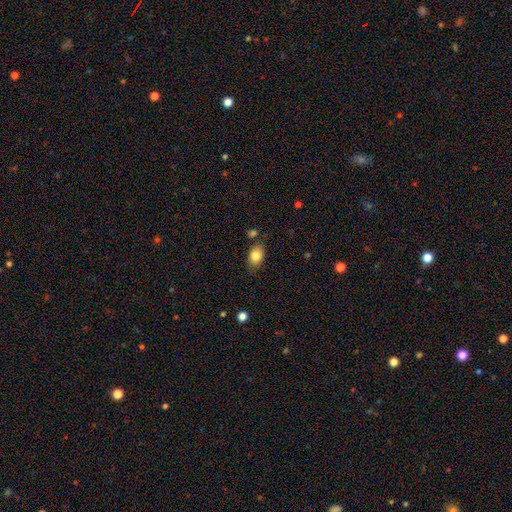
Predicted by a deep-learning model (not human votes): A smooth galaxy with no disk features (83%) that is in between round and cigar-shaped (78%).

Vote fractions:
- Smooth or featured? smooth: 83% / featured or disk: 9% / star or artifact: 8%
- How rounded? in between: 78% / round: 21% / cigar-shaped: 2%
- Merging? none: 73% / minor disturbance: 18% / merger: 5% / major disturbance: 4%